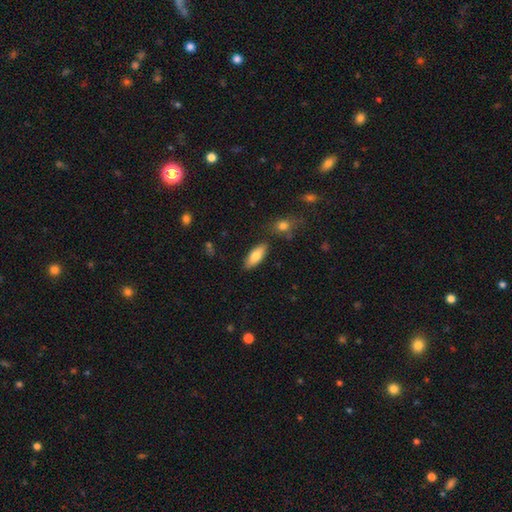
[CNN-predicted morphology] Overall: smooth (75%). How rounded: in between (74%). Merging: none (84%).